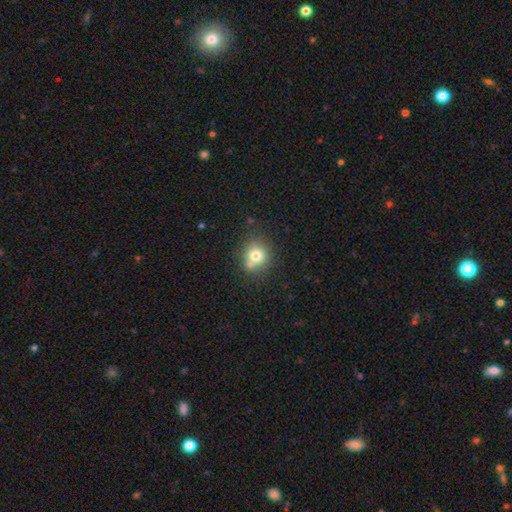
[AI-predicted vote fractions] This is likely a smooth galaxy (74%). How rounded: clearly round (85%). Merging: likely none (62%).